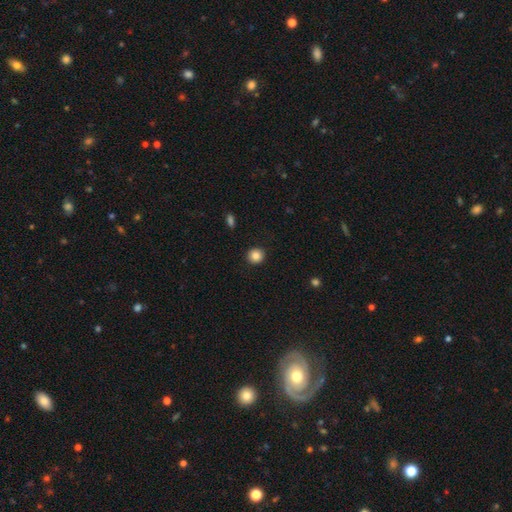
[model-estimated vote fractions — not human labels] Q: Smooth or featured?
A: smooth (85%); runner-up: star or artifact (10%)
Q: How rounded?
A: round (92%); runner-up: in between (8%)
Q: Merging?
A: none (92%); runner-up: minor disturbance (5%)